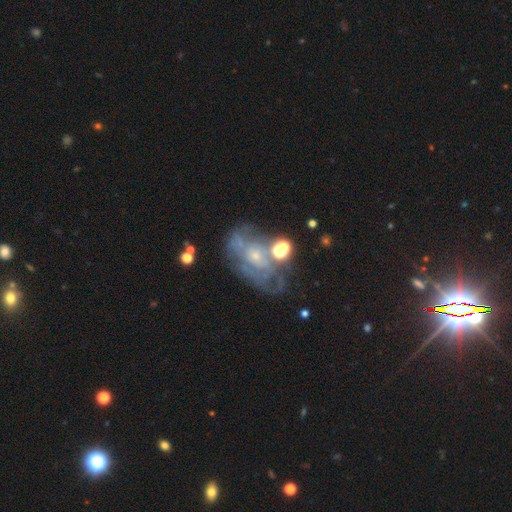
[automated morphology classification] Overall: featured or disk (70%). Edge-on disk: no (96%). Bar: no (73%). Spiral arms: yes (70%; no 30%). Bulge size: small (71%). Merging: none (49%; minor disturbance 21%).